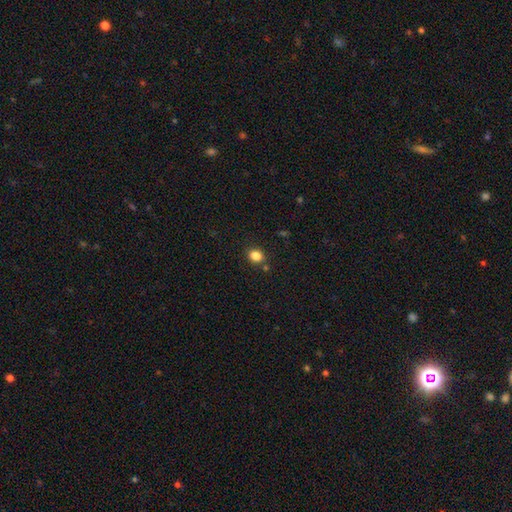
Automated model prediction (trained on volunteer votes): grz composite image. It shows a smooth galaxy with no disk features (84%) that is round (59%). Merging: none (84%).